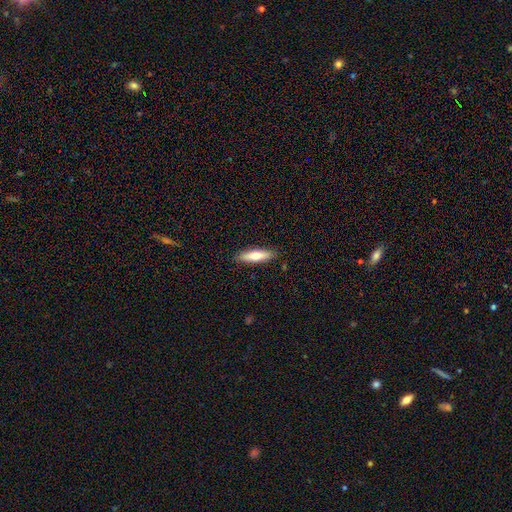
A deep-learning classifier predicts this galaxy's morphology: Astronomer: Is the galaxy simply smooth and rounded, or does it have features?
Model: smooth — 69%.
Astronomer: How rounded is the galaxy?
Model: cigar-shaped — 64%.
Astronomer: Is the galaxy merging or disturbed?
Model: none — 89%.